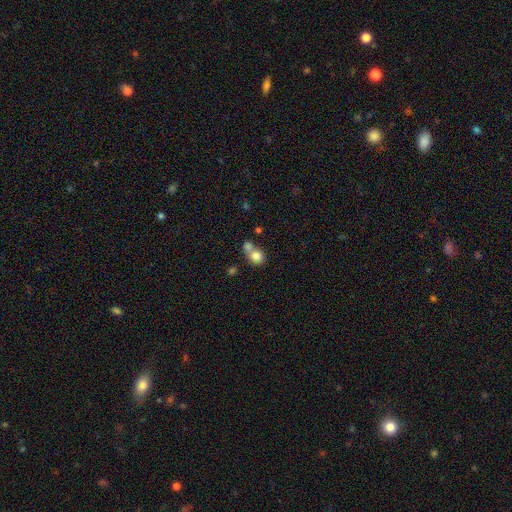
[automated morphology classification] Smooth or featured? smooth (79%)
How rounded? round (77%)
Merging? merger (54%)